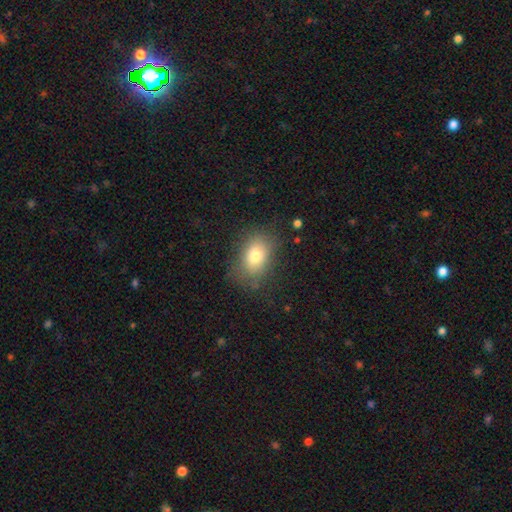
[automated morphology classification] Overall: smooth (76%). How rounded: in between (76%). Merging: none (77%).